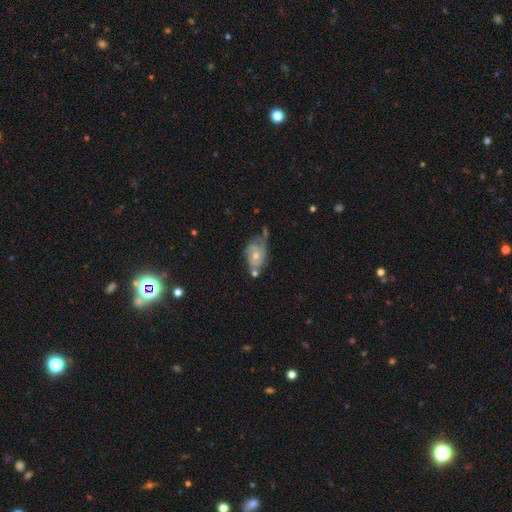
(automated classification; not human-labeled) Overall: featured or disk (66%; smooth 27%). Edge-on disk: no (95%). Bar: no (78%). Spiral arms: yes (79%). Bulge size: moderate (61%; small 33%). Merging: none (32%; minor disturbance 28%).